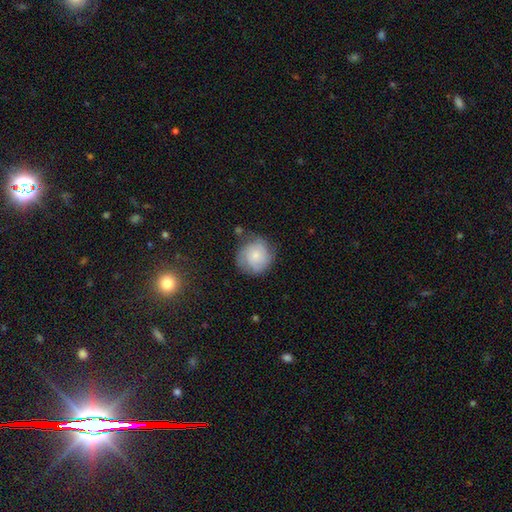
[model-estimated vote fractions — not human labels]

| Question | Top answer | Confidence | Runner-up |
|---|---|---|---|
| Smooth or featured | smooth | 56% | featured or disk (37%) |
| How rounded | round | 87% | in between (12%) |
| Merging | none | 68% | minor disturbance (22%) |